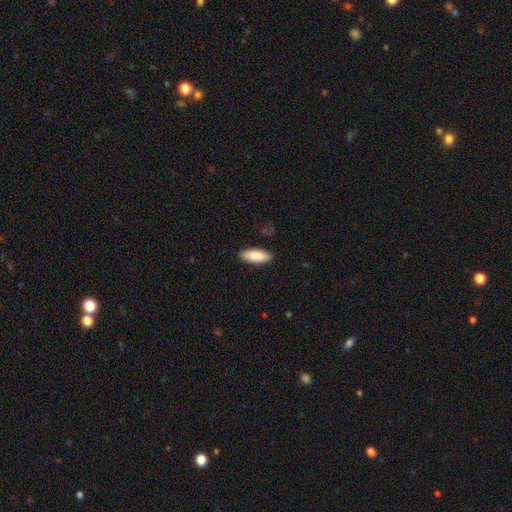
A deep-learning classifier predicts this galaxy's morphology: Smooth or featured: smooth — 88% (featured or disk — 7%)
How rounded: in between — 72% (cigar-shaped — 26%)
Merging: none — 89% (minor disturbance — 8%)